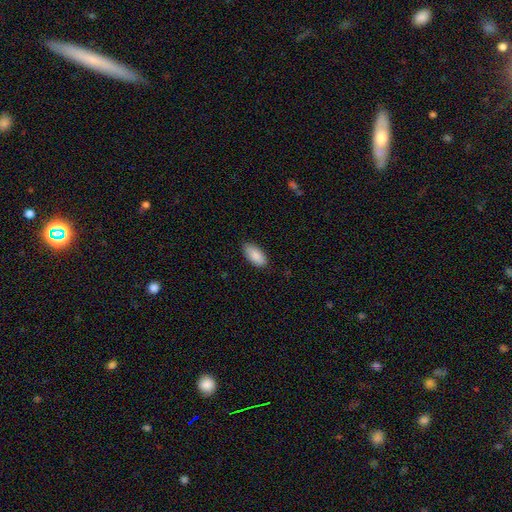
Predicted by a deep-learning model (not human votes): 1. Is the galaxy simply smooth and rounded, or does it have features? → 88% smooth, 6% featured or disk, 6% star or artifact.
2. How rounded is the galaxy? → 92% in between, 6% cigar-shaped, 2% round.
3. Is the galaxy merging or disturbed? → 84% none, 13% minor disturbance, 2% major disturbance, 1% merger.